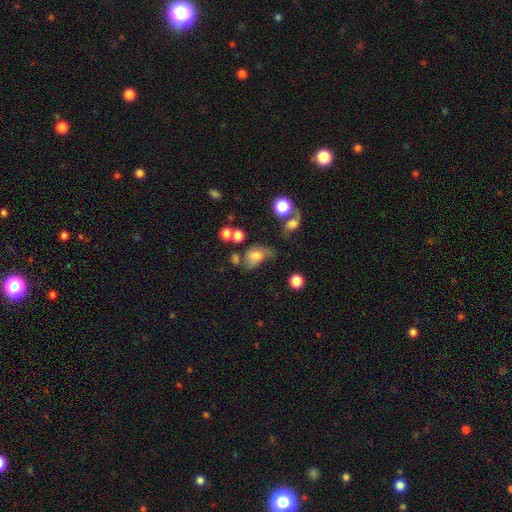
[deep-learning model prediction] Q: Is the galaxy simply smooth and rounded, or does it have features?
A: smooth — 62%.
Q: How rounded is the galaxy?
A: in between — 73%.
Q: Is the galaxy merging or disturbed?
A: major disturbance — 30%.